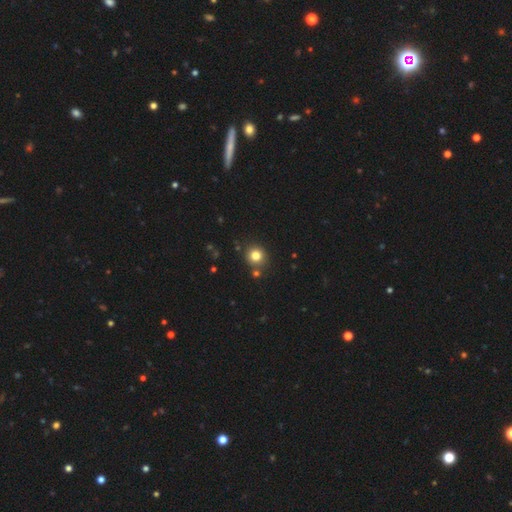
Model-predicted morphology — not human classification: Smooth or featured?
  - smooth: 80% *
  - star or artifact: 13%
  - featured or disk: 7%
How rounded?
  - round: 90% *
  - in between: 9%
  - cigar-shaped: 1%
Merging?
  - none: 82% *
  - minor disturbance: 8%
  - merger: 7%
  - major disturbance: 2%